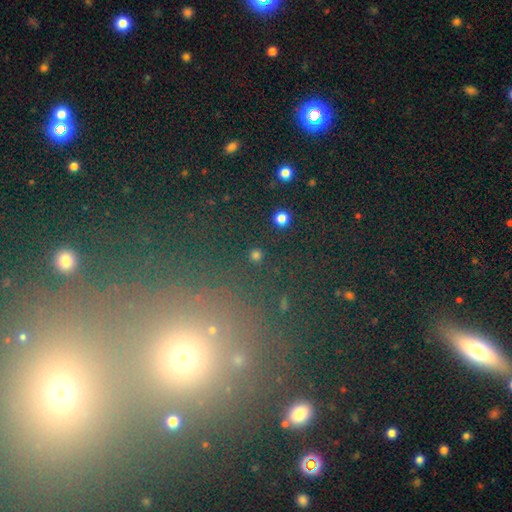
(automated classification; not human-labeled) Overall: smooth (56%; star or artifact 36%). How rounded: round (80%). Merging: none (86%).